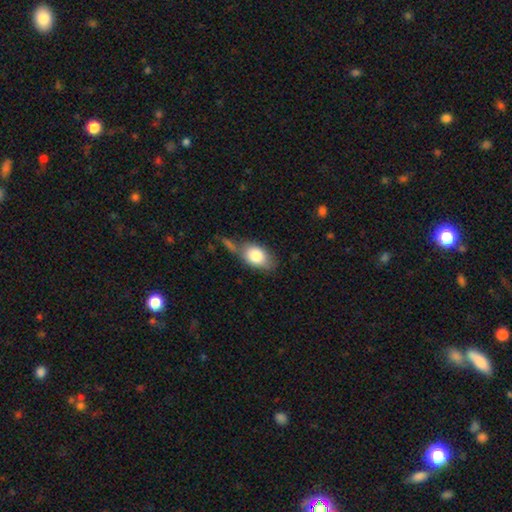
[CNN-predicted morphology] smooth_or_featured: smooth (p=0.80) [alt: featured or disk p=0.13]
how_rounded: in between (p=0.85) [alt: round p=0.13]
merging: none (p=0.57) [alt: minor disturbance p=0.21]